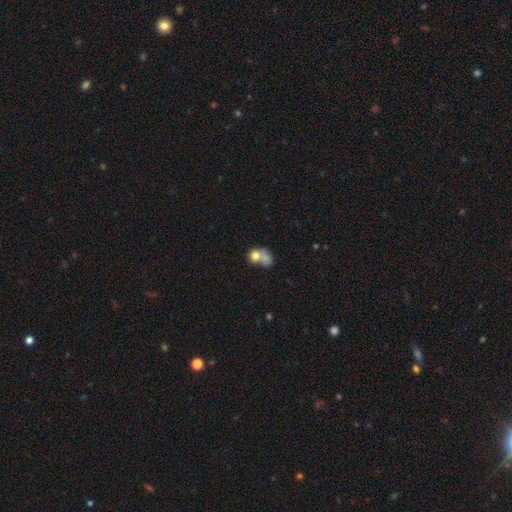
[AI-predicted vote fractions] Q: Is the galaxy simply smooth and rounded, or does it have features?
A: smooth — 70%.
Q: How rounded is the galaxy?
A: round — 55%.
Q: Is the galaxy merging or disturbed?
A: merger — 55%.